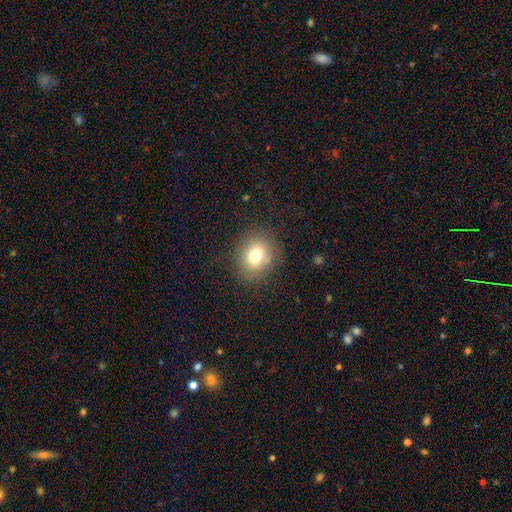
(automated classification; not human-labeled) Smooth or featured: smooth — 75% (star or artifact — 13%)
How rounded: round — 70% (in between — 29%)
Merging: none — 84% (minor disturbance — 10%)